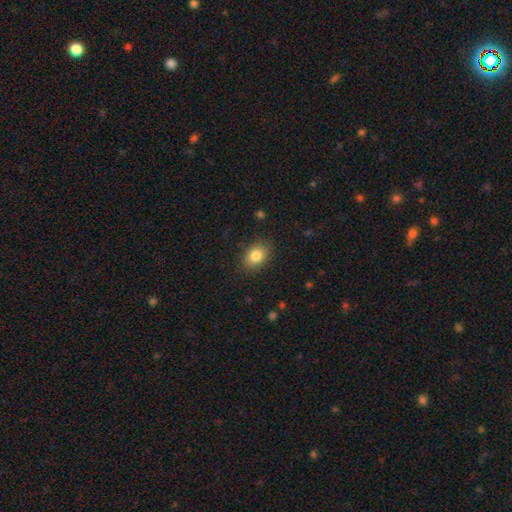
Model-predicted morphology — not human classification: Smooth or featured: smooth — 84% (star or artifact — 9%)
How rounded: in between — 68% (round — 31%)
Merging: none — 86% (minor disturbance — 10%)